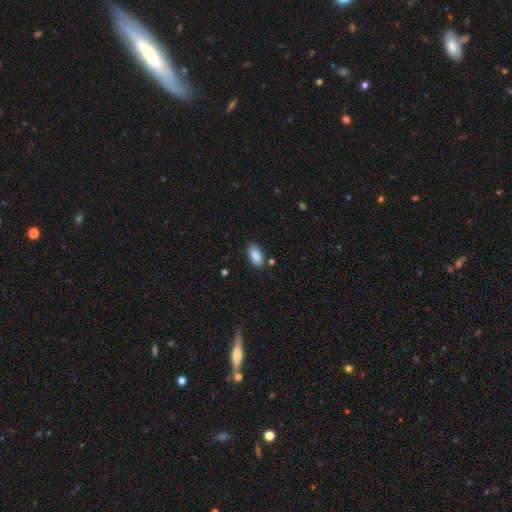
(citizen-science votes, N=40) Overall: smooth (92%). How rounded: in between (92%). Merging: none (87%).